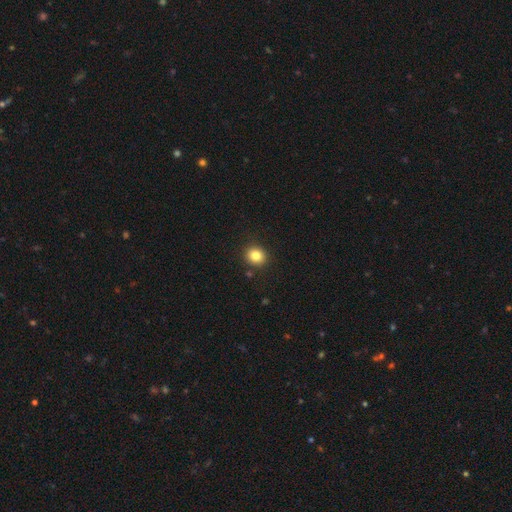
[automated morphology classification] A smooth galaxy with no disk features (83%) that is round (81%). Merging: none (88%).